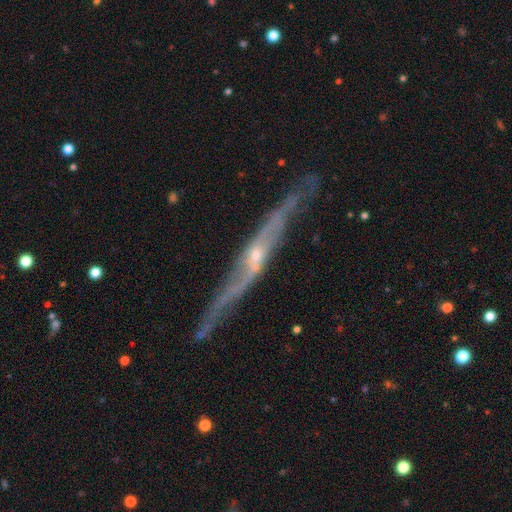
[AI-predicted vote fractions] Smooth or featured: featured or disk — 84% (smooth — 9%)
Edge-on disk: yes — 87% (no — 13%)
Edge-on bulge: rounded — 69% (none — 25%)
Merging: none — 79% (minor disturbance — 16%)